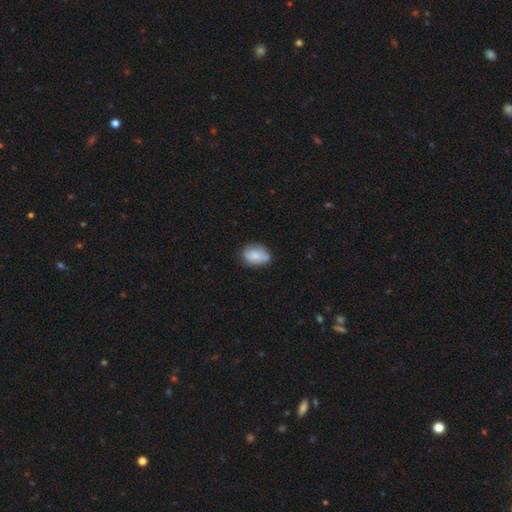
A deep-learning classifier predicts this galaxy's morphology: The model was most divided on "merging": none: 61%, minor disturbance: 28%, major disturbance: 6%, merger: 5%. More confident: how rounded — in between (77%); smooth or featured — smooth (73%).